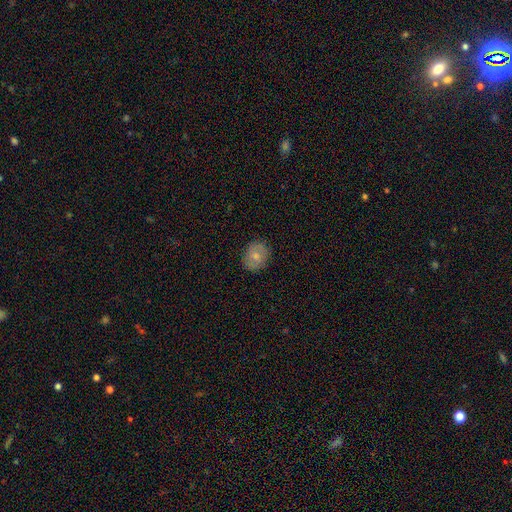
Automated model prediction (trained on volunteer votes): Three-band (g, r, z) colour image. It shows a smooth galaxy with no disk features (64%) that is round (58%). Merging: none (85%).